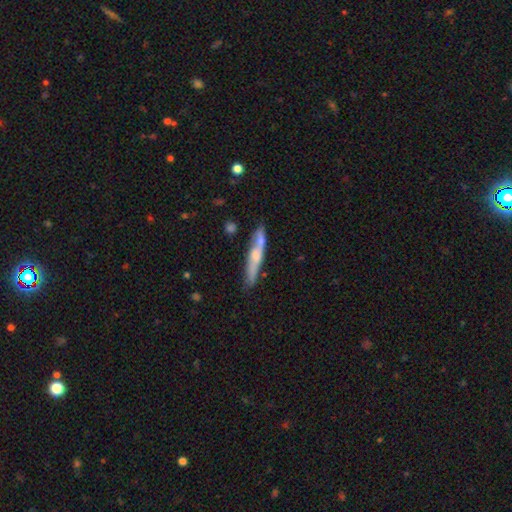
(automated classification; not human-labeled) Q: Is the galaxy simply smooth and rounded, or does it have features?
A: smooth — 49%.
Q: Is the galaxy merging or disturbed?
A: none — 70%.